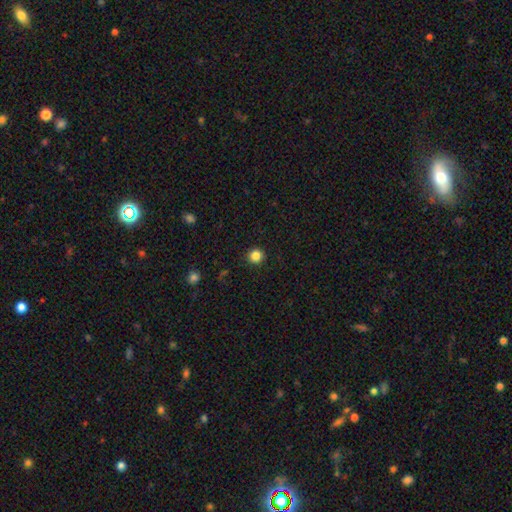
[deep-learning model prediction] A smooth galaxy with no disk features (85%) that is round (95%). Merging: none (93%).